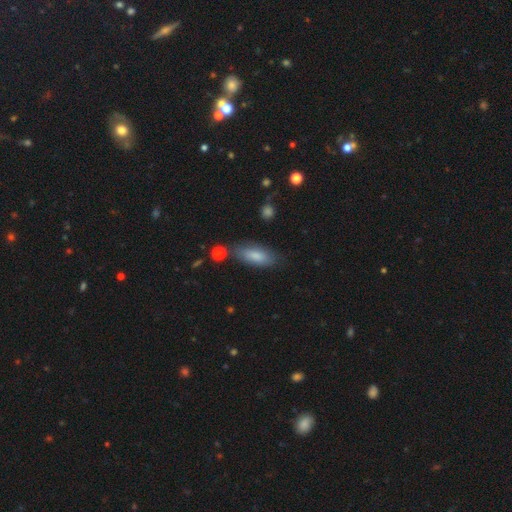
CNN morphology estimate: This appears to be a smooth galaxy with no disk features (82%) that is in between round and cigar-shaped (73%). Merging: none (73%).